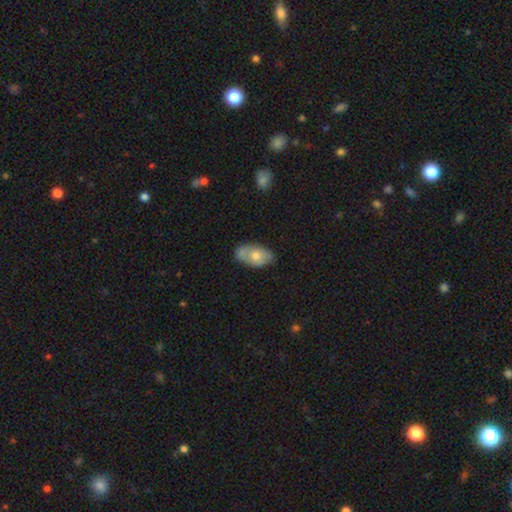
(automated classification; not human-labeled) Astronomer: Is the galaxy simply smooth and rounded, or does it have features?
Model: smooth — 63%.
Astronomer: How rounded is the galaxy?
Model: in between — 92%.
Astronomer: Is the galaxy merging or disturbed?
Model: none — 57%.